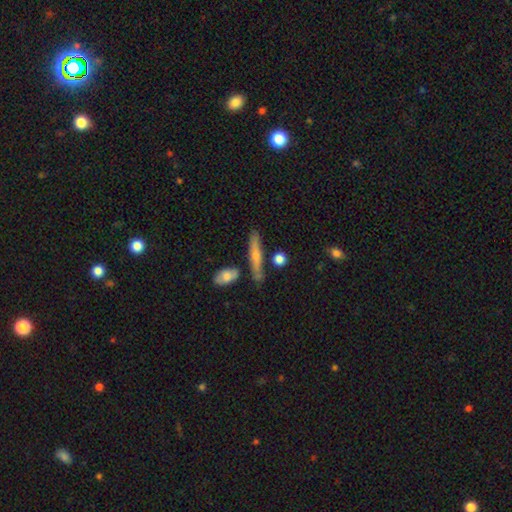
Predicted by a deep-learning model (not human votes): Smooth or featured? smooth (49%)
Merging? none (74%)